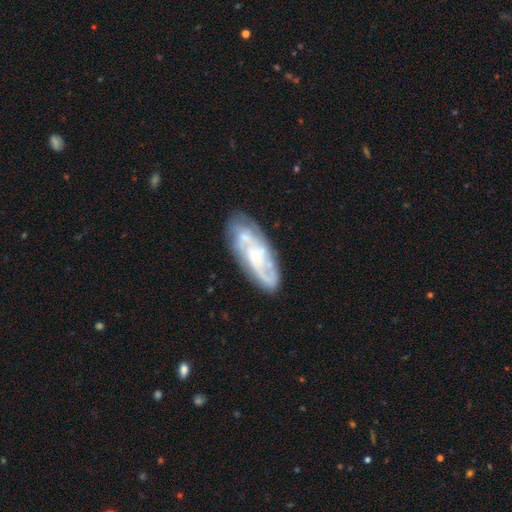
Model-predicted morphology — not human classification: This appears to be a featured or disk galaxy (76%) with no bar (72%), tight (49%) spiral arms (85%) and a small central bulge (75%). Merging: none (66%).